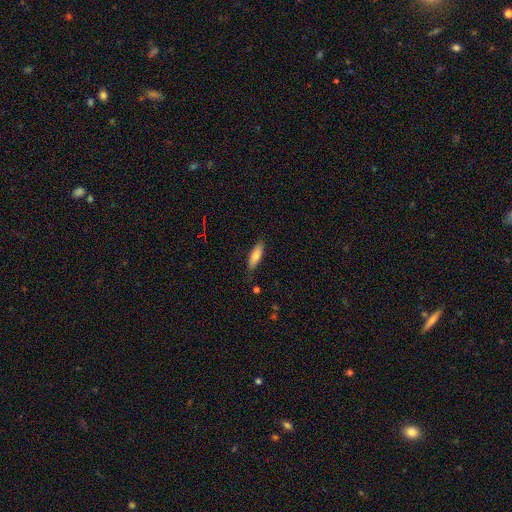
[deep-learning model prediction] This appears to be a smooth galaxy with no disk features (78%) that is cigar-shaped (51%). Merging: none (82%).